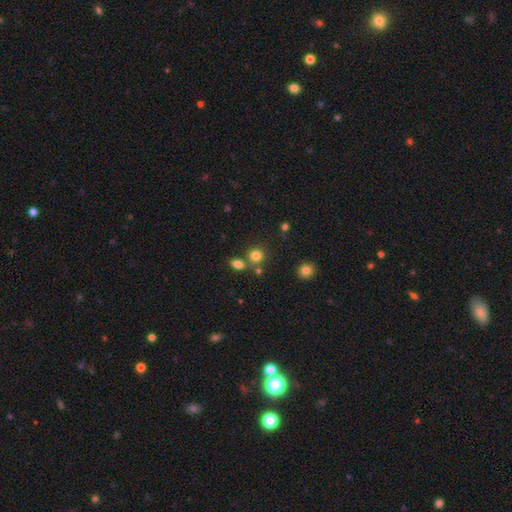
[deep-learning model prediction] A smooth galaxy with no disk features (80%) that is round (83%).

Vote fractions:
- Smooth or featured? smooth: 80% / star or artifact: 14% / featured or disk: 7%
- How rounded? round: 83% / in between: 16% / cigar-shaped: 1%
- Merging? none: 67% / merger: 20% / minor disturbance: 9% / major disturbance: 3%